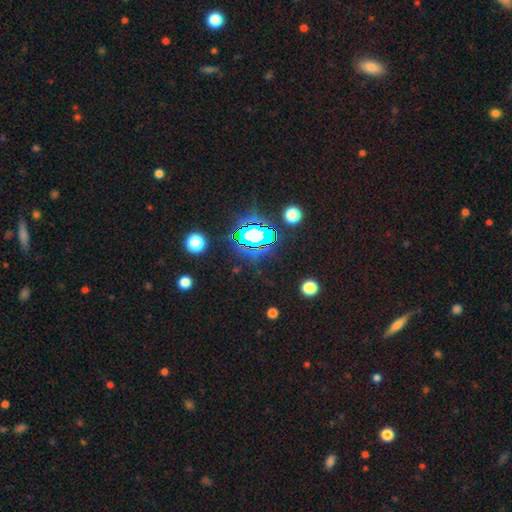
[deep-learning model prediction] This is likely a star or artifact rather than a galaxy (79%).